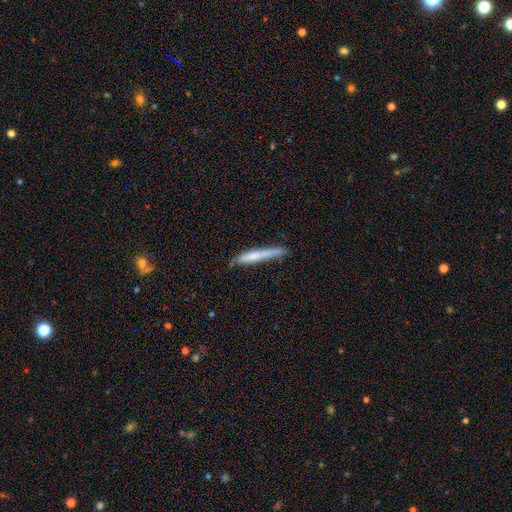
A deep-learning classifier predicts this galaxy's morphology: A smooth galaxy with no disk features (62%) that is cigar-shaped (95%). Merging: none (66%).